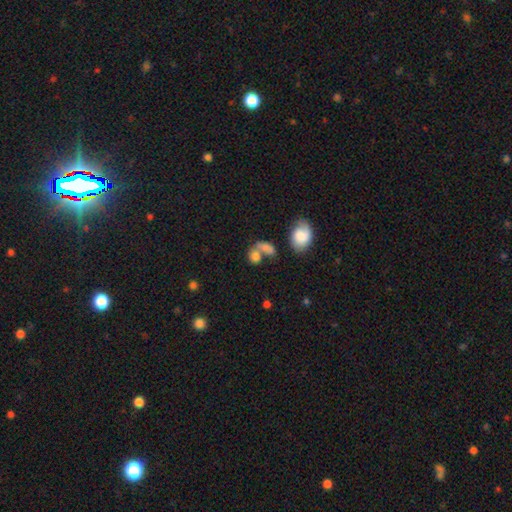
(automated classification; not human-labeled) smooth_or_featured: smooth (p=0.76) [alt: featured or disk p=0.12]
how_rounded: in between (p=0.59) [alt: round p=0.38]
merging: merger (p=0.48) [alt: none p=0.32]